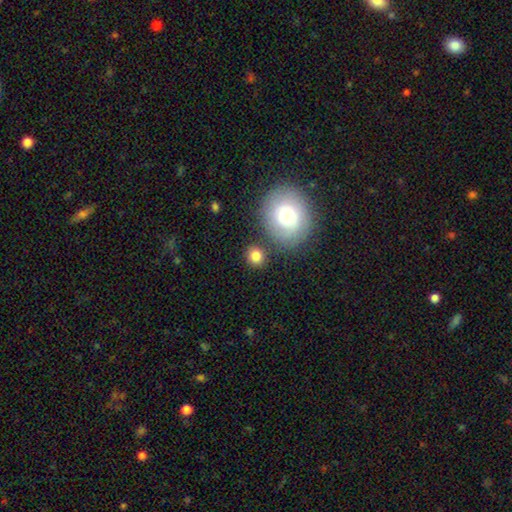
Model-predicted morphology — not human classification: Q: Smooth or featured?
A: smooth (84%); runner-up: star or artifact (8%)
Q: How rounded?
A: round (80%); runner-up: in between (19%)
Q: Merging?
A: none (78%); runner-up: minor disturbance (10%)